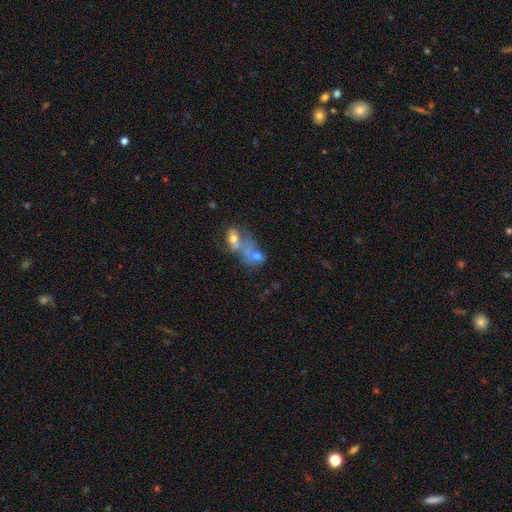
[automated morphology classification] Smooth or featured? Predicted: smooth (p=0.58). How rounded? Predicted: in between (p=0.67). Merging? Predicted: merger (p=0.65).